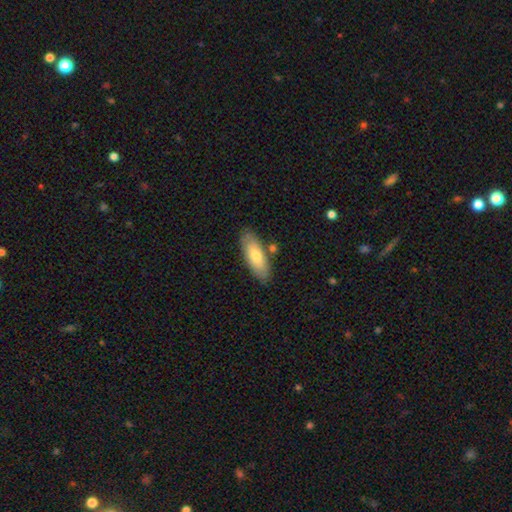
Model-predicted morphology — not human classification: type=smooth (72%); roundness=in between (66%); merging=none (81%).